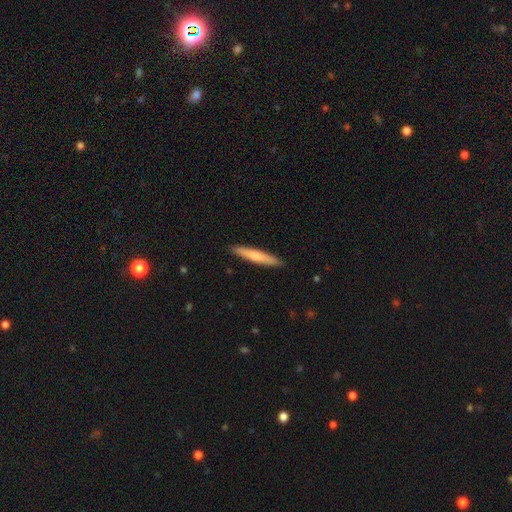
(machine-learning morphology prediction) The model was most divided on "smooth or featured": smooth: 68%, featured or disk: 27%, star or artifact: 5%. More confident: how rounded — cigar-shaped (94%); merging — none (91%).